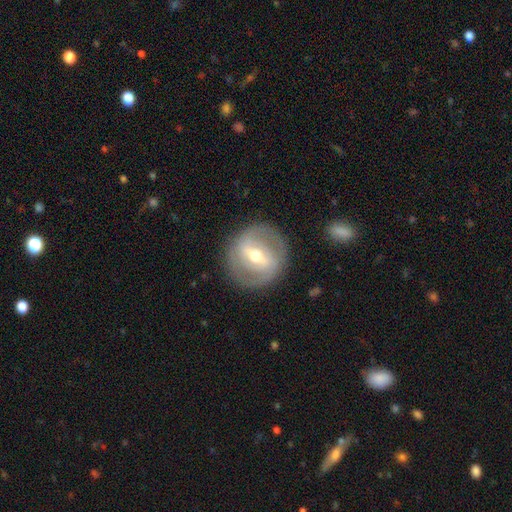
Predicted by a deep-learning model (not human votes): Smooth or featured?
  - featured or disk: 74% *
  - smooth: 20%
  - star or artifact: 6%
Edge-on disk?
  - no: 93% *
  - yes: 7%
Bar?
  - strong: 54% *
  - weak: 35%
  - no: 11%
Spiral arms?
  - yes: 67% *
  - no: 33%
Bulge size?
  - moderate: 66% *
  - small: 27%
  - large: 5%
  - dominant: 1%
  - none: 1%
Merging?
  - none: 84% *
  - minor disturbance: 10%
  - major disturbance: 5%
  - merger: 1%